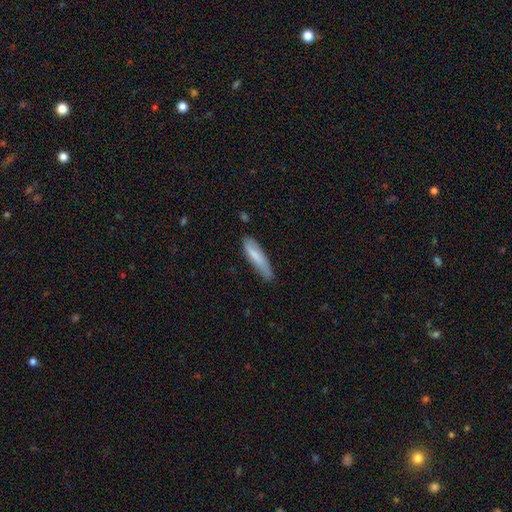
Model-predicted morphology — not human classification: Smooth or featured? Predicted: smooth (p=0.76). How rounded? Predicted: cigar-shaped (p=0.73). Merging? Predicted: none (p=0.64).